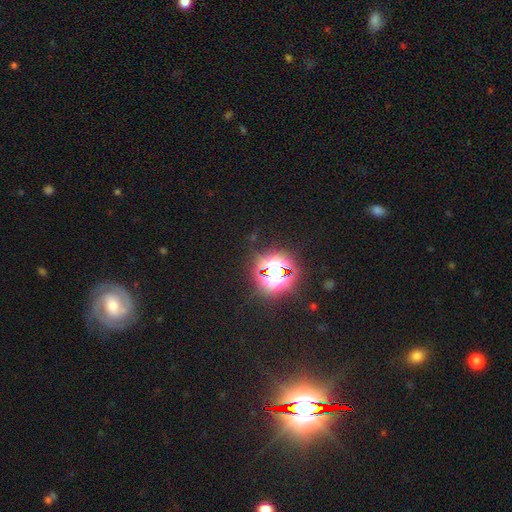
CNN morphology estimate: smooth_or_featured: star or artifact (p=0.74) [alt: smooth p=0.16]